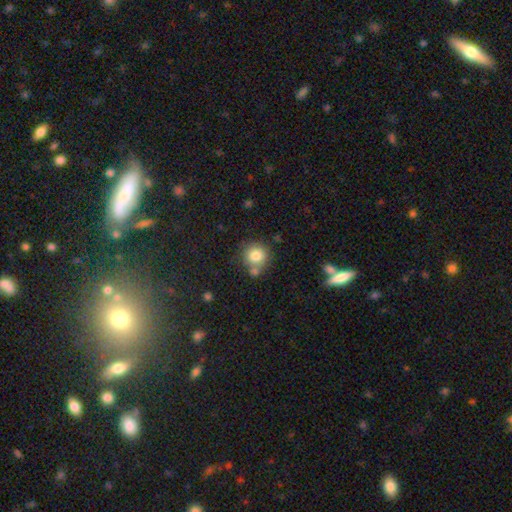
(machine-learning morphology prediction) Overall: smooth (81%). How rounded: round (89%). Merging: none (63%).